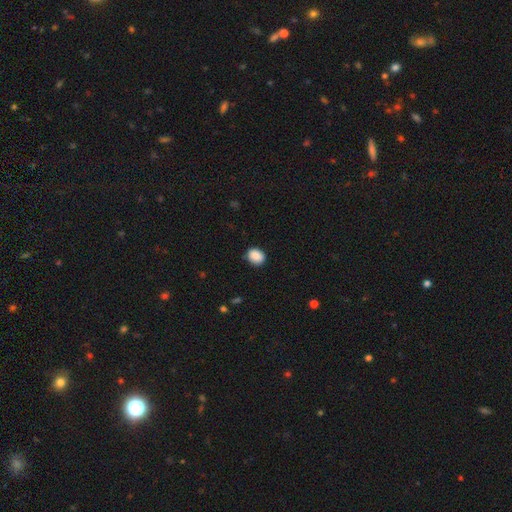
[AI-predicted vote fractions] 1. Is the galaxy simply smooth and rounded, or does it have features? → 89% smooth, 8% star or artifact, 3% featured or disk.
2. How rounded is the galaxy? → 53% round, 46% in between, 1% cigar-shaped.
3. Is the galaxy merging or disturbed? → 84% none, 13% minor disturbance, 2% major disturbance, 1% merger.